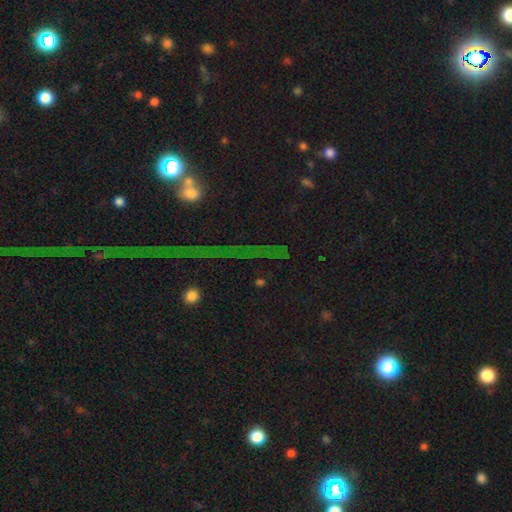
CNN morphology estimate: The model was most divided on "smooth or featured": star or artifact: 74%, smooth: 13%, featured or disk: 12%.